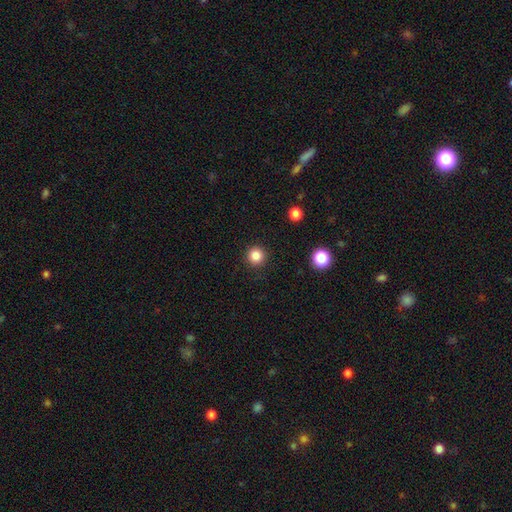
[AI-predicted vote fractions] Smooth or featured?
  - smooth: 85% *
  - star or artifact: 12%
  - featured or disk: 4%
How rounded?
  - round: 96% *
  - in between: 3%
  - cigar-shaped: 1%
Merging?
  - none: 92% *
  - minor disturbance: 5%
  - major disturbance: 2%
  - merger: 1%